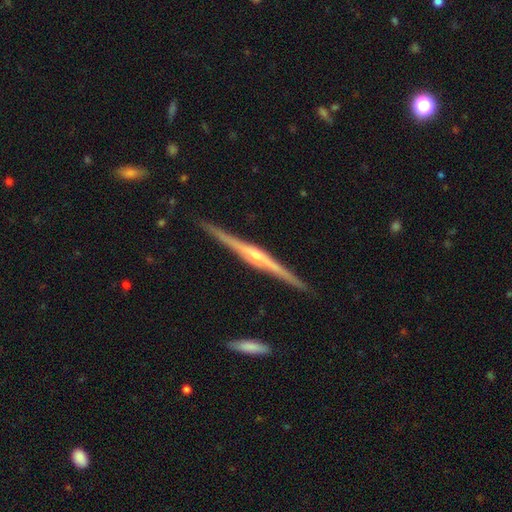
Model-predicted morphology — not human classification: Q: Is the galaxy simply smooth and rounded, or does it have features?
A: featured or disk — 87%.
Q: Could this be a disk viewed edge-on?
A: yes — 99%.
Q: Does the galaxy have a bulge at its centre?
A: rounded — 86%.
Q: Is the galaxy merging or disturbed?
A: none — 90%.